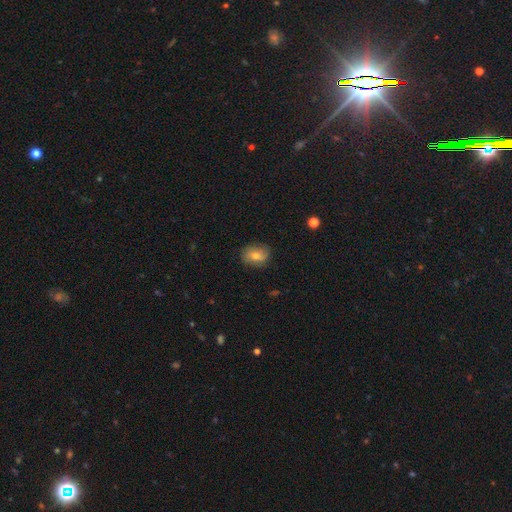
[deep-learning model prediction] A smooth galaxy with no disk features (63%) that is in between round and cigar-shaped (63%). Merging: none (78%).